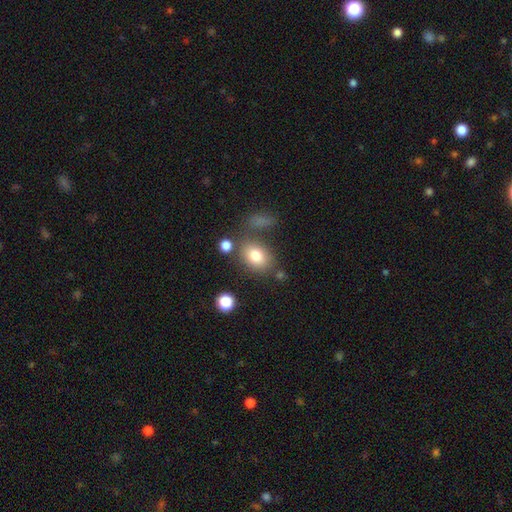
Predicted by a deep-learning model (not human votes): smooth_or_featured: smooth (p=0.78) [alt: featured or disk p=0.12]
how_rounded: in between (p=0.60) [alt: round p=0.39]
merging: none (p=0.67) [alt: minor disturbance p=0.15]